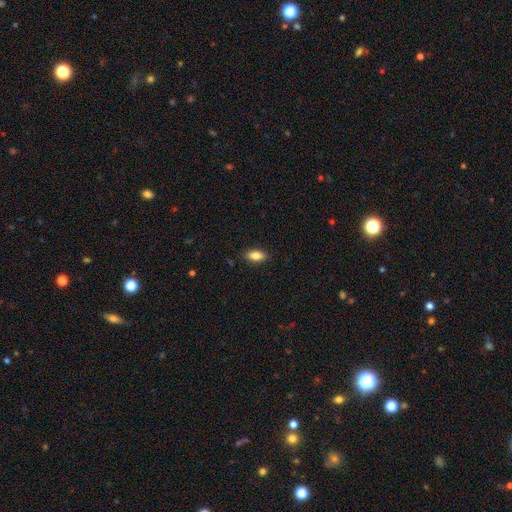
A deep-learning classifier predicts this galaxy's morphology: type=smooth (84%); roundness=in between (87%); merging=none (88%).